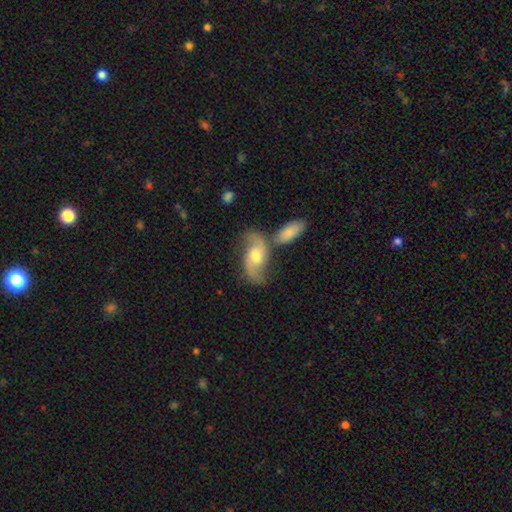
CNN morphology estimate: type=featured or disk (72%); edge-on=no (94%); bar=no (53%); spiral arms=yes (91%); winding=loose (64%); arm count=2 (91%); bulge=moderate (69%); merging=none (52%).